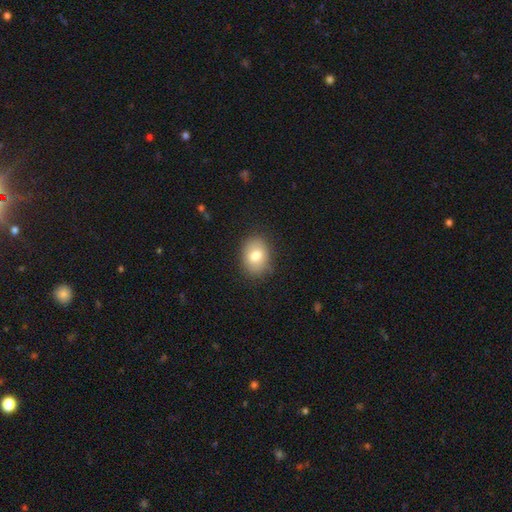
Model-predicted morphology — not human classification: Smooth or featured?
  - smooth: 79% *
  - featured or disk: 12%
  - star or artifact: 8%
How rounded?
  - in between: 68% *
  - round: 31%
  - cigar-shaped: 1%
Merging?
  - none: 83% *
  - minor disturbance: 12%
  - major disturbance: 3%
  - merger: 1%